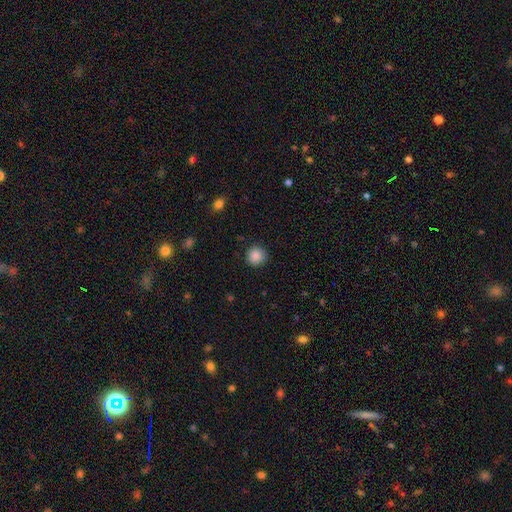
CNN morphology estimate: This appears to be a smooth galaxy with no disk features (87%) that is round (93%). Merging: none (87%).